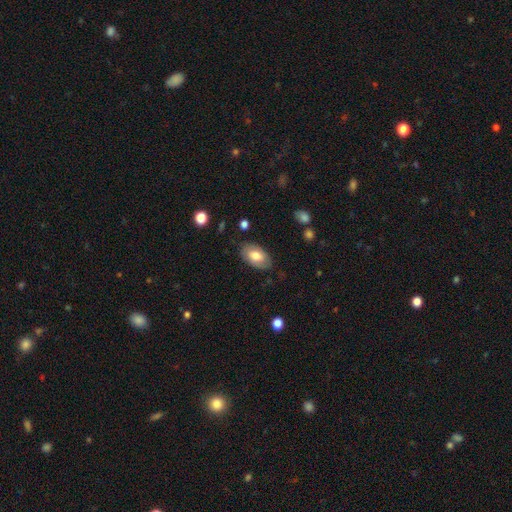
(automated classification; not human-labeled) The model was most divided on "smooth or featured": smooth: 69%, featured or disk: 25%, star or artifact: 6%. More confident: how rounded — in between (94%); merging — none (81%).